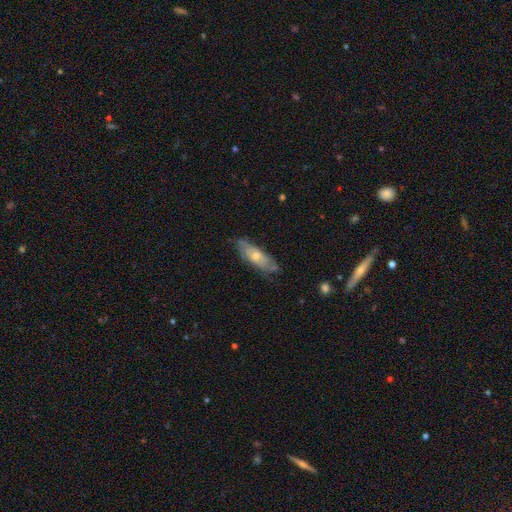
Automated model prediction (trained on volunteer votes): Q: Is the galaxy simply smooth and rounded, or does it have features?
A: featured or disk — 53%.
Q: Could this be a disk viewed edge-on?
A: no — 66%.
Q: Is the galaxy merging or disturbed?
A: none — 75%.